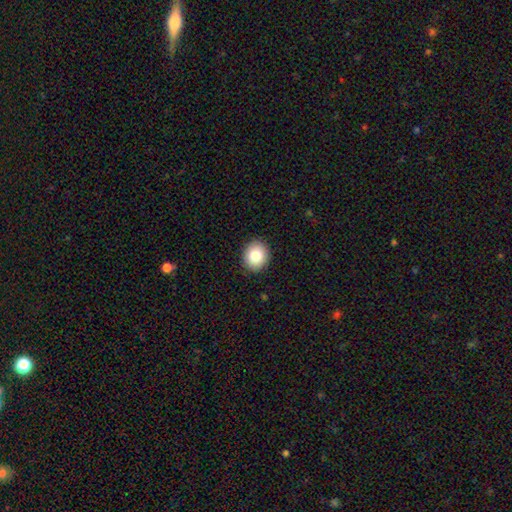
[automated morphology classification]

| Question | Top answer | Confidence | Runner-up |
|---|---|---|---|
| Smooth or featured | smooth | 83% | star or artifact (9%) |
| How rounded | round | 71% | in between (28%) |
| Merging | none | 91% | minor disturbance (7%) |